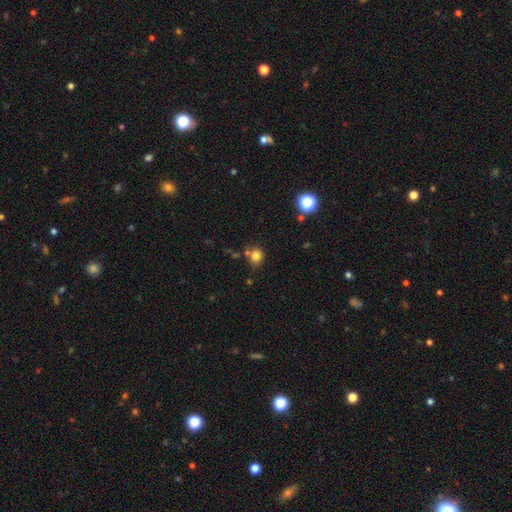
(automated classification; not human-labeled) Overall: smooth (80%). How rounded: round (78%). Merging: none (66%).